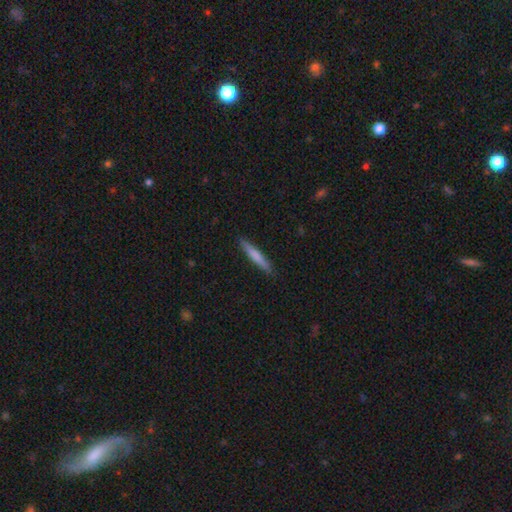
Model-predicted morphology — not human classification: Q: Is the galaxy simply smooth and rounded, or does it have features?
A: smooth — 73%.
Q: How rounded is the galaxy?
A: cigar-shaped — 94%.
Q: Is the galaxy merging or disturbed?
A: none — 90%.